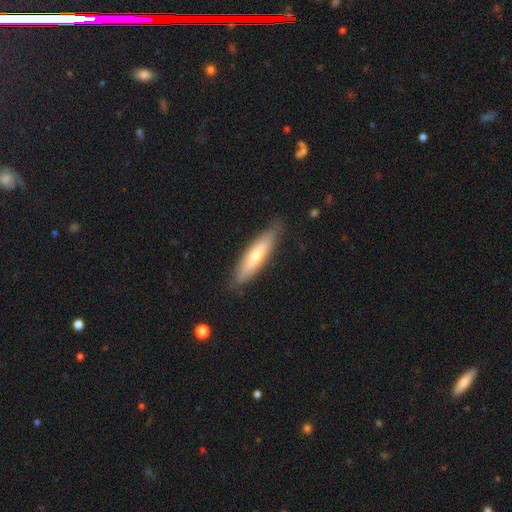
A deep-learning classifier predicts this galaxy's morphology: Smooth or featured? Predicted: smooth (p=0.55). How rounded? Predicted: cigar-shaped (p=0.77). Merging? Predicted: none (p=0.85).